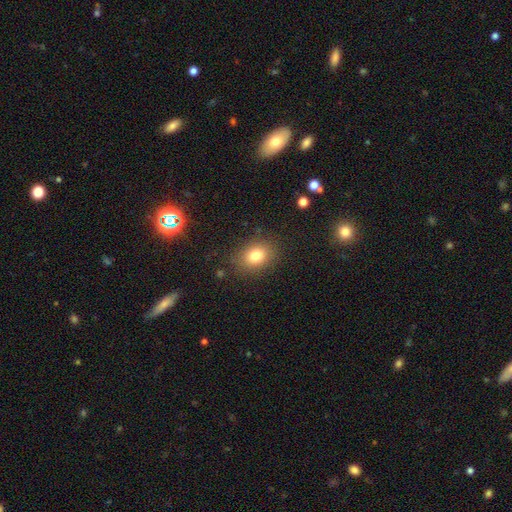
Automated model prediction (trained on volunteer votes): Q: Smooth or featured?
A: smooth (80%); runner-up: star or artifact (11%)
Q: How rounded?
A: in between (62%); runner-up: round (37%)
Q: Merging?
A: none (85%); runner-up: minor disturbance (10%)